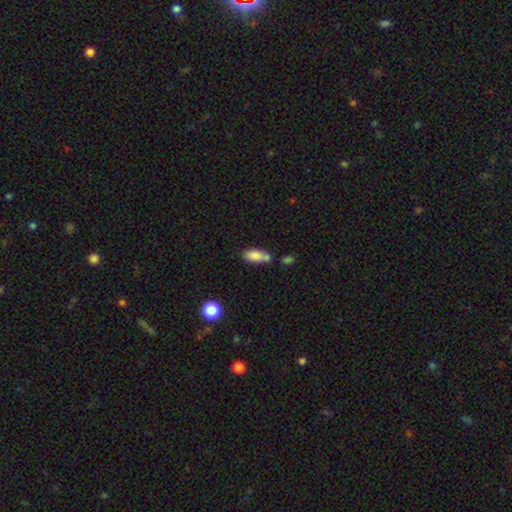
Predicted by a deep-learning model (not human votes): Overall: smooth (82%). How rounded: in between (82%). Merging: none (43%; merger 33%).